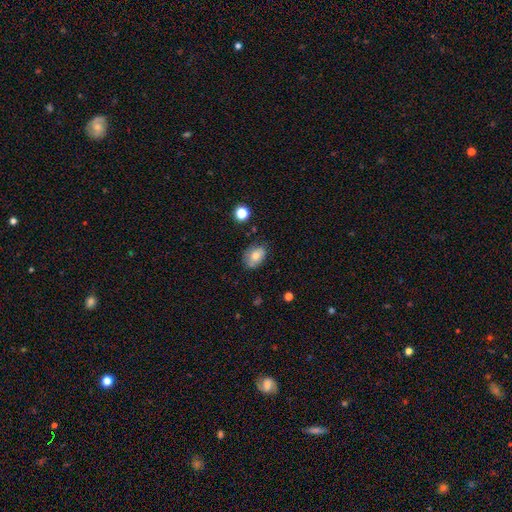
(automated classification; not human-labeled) smooth_or_featured: smooth (p=0.71) [alt: featured or disk p=0.20]
how_rounded: in between (p=0.74) [alt: round p=0.25]
merging: none (p=0.66) [alt: minor disturbance p=0.25]